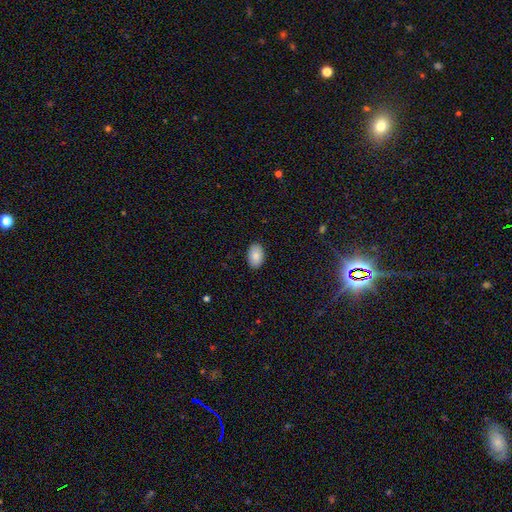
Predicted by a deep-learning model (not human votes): Smooth or featured: smooth — 87% (star or artifact — 7%)
How rounded: in between — 89% (round — 10%)
Merging: none — 89% (minor disturbance — 8%)